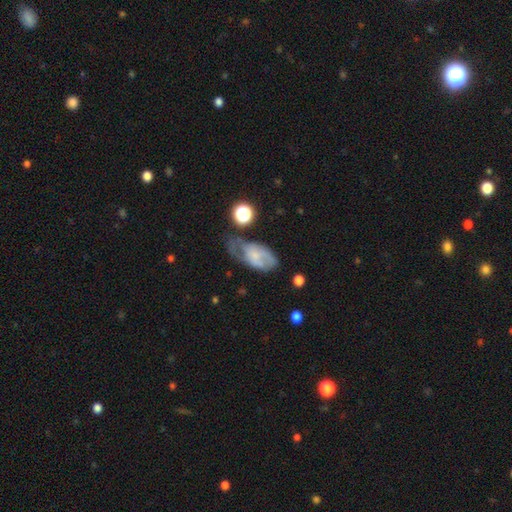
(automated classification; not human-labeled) Morphology: type=featured or disk (47%); merging=none (32%).